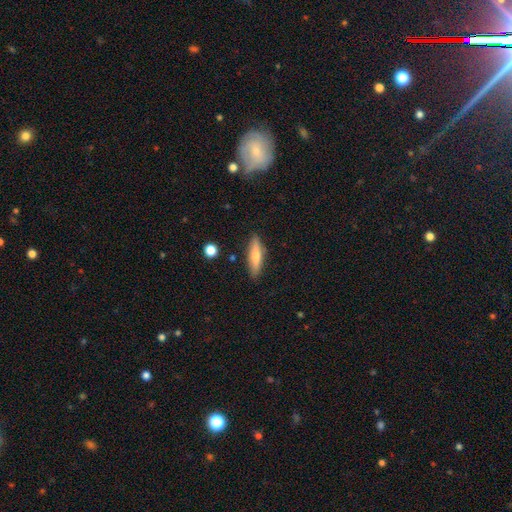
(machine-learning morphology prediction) smooth_or_featured: smooth (p=0.70) [alt: featured or disk p=0.24]
how_rounded: cigar-shaped (p=0.71) [alt: in between p=0.27]
merging: none (p=0.86) [alt: minor disturbance p=0.10]